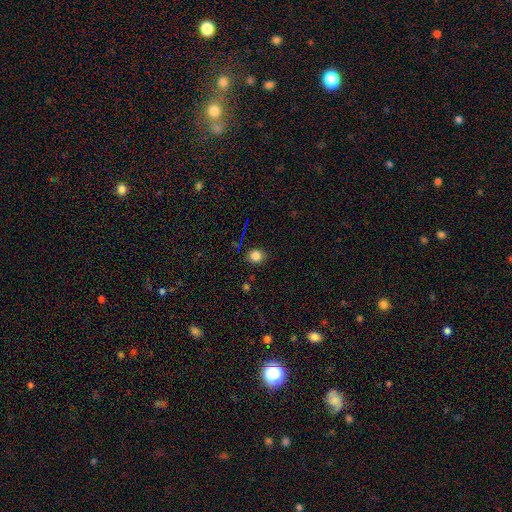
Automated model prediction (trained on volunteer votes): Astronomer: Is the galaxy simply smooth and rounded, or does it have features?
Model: smooth — 81%.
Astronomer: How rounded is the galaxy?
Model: round — 73%.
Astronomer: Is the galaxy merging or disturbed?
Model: none — 84%.